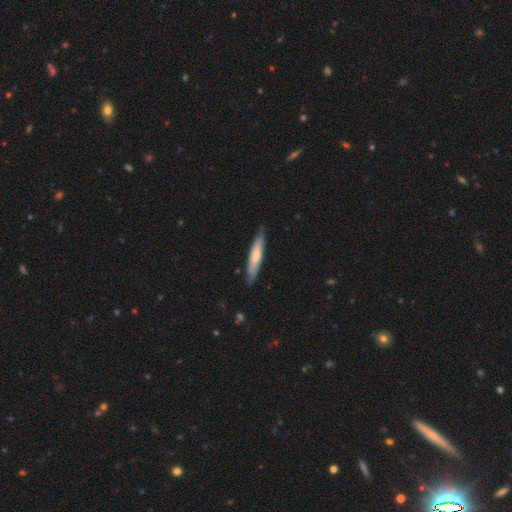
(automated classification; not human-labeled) smooth 64%, featured or disk 31%, star or artifact 5%. Down the decision tree: how rounded — cigar-shaped (85%); merging — none (81%).